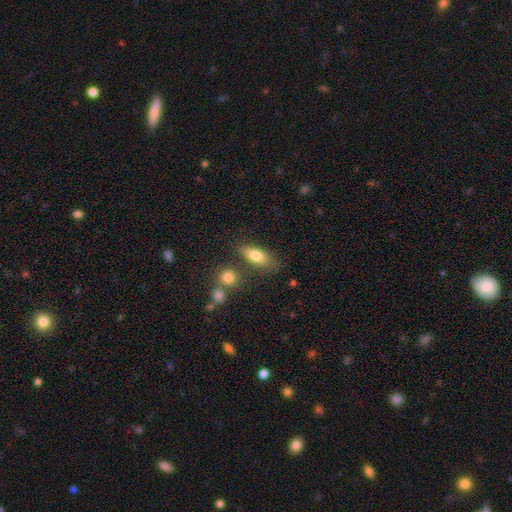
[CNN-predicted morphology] A smooth galaxy with no disk features (77%) that is in between round and cigar-shaped (78%). Merging: none (67%).